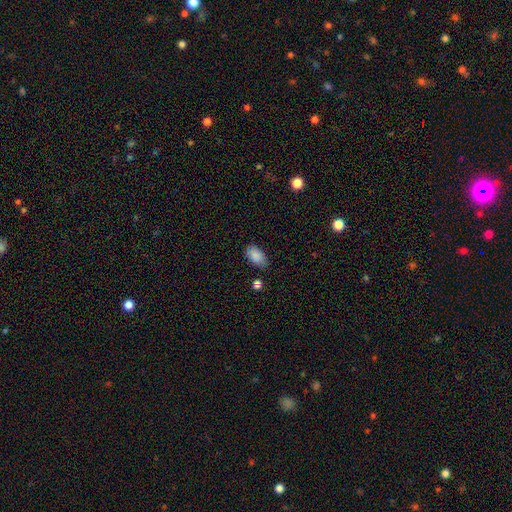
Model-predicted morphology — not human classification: smooth-or-featured: smooth: 87% | star or artifact: 7% | featured or disk: 5%
  how-rounded: in between: 93% | round: 5% | cigar-shaped: 2%
  merging: none: 76% | minor disturbance: 18% | major disturbance: 4% | merger: 3%